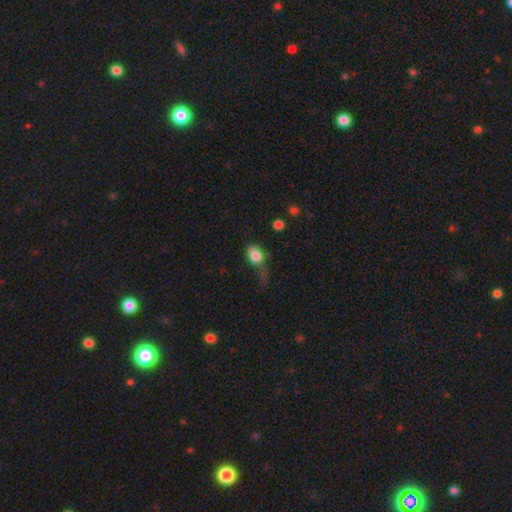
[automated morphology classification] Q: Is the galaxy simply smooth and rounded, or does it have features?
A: smooth — 80%.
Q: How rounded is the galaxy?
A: in between — 66%.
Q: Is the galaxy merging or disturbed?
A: major disturbance — 47%.